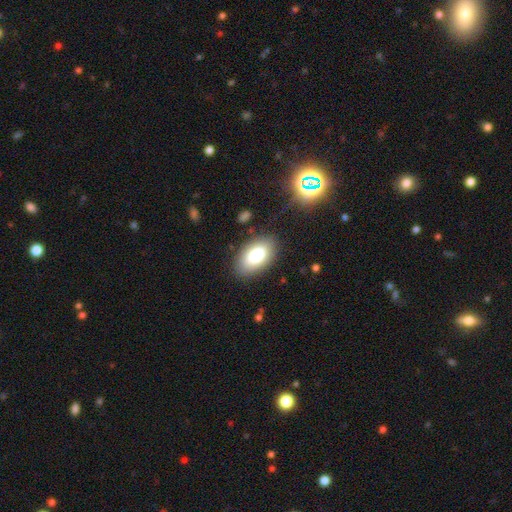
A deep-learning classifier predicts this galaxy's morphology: type=smooth (80%); roundness=in between (94%); merging=none (86%).